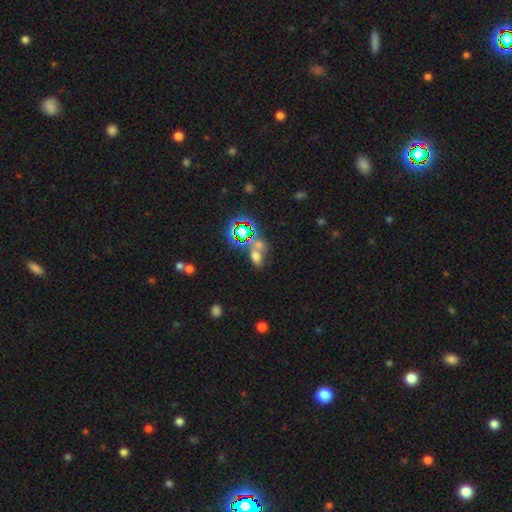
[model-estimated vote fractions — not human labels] smooth 55%, star or artifact 34%, featured or disk 11%. Down the decision tree: how rounded — in between (74%); merging — none (46%).